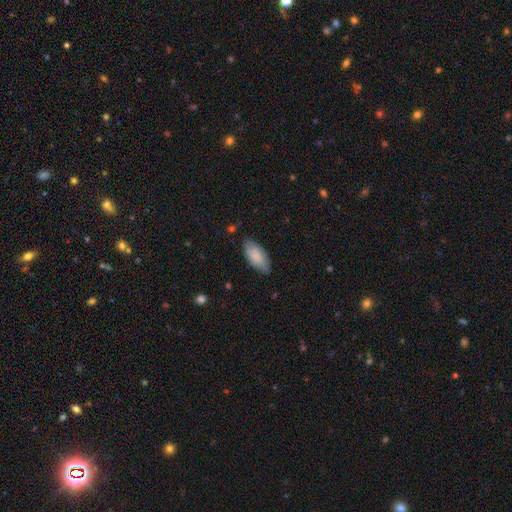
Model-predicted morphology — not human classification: smooth 80%, featured or disk 14%, star or artifact 6%. Down the decision tree: how rounded — in between (91%); merging — none (75%).